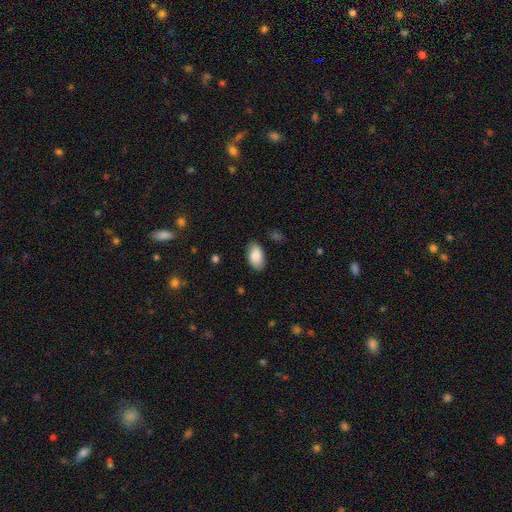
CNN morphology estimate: Smooth or featured? smooth (87%)
How rounded? in between (94%)
Merging? none (81%)